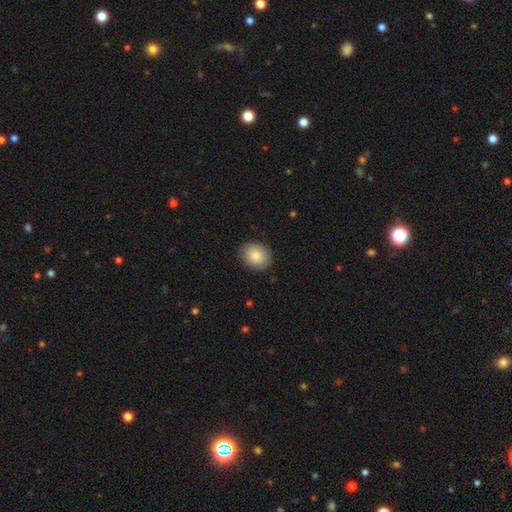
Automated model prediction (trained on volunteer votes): The model was most divided on "how rounded": round: 53%, in between: 47%, cigar-shaped: 1%. More confident: smooth or featured — smooth (86%); merging — none (86%).